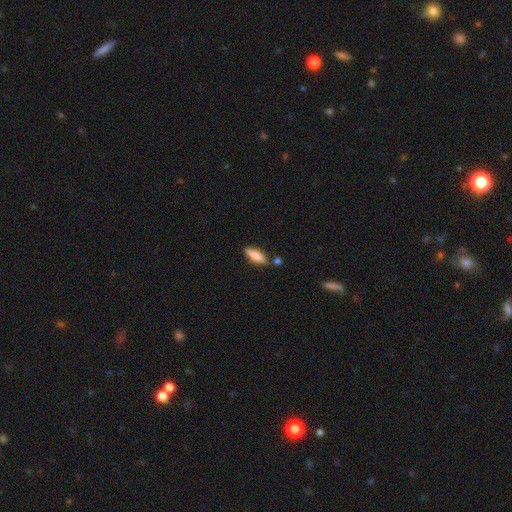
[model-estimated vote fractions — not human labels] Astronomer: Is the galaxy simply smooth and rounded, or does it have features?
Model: smooth — 82%.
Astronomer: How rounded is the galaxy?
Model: in between — 60% (runner-up: cigar-shaped, 38%).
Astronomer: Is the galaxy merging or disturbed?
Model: none — 78%.